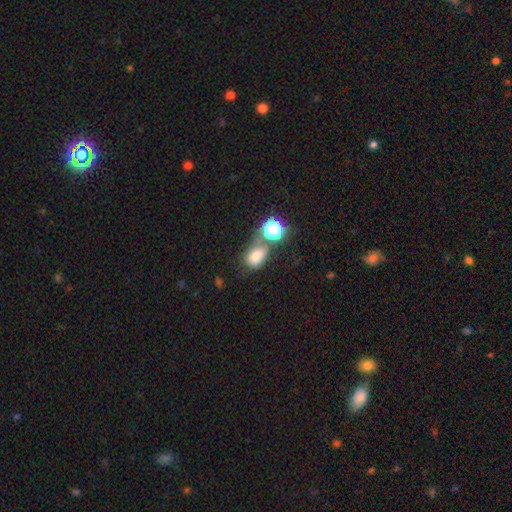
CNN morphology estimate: The model was most divided on "merging": none: 39%, merger: 36%, minor disturbance: 15%, major disturbance: 9%. More confident: smooth or featured — smooth (78%); how rounded — in between (70%).